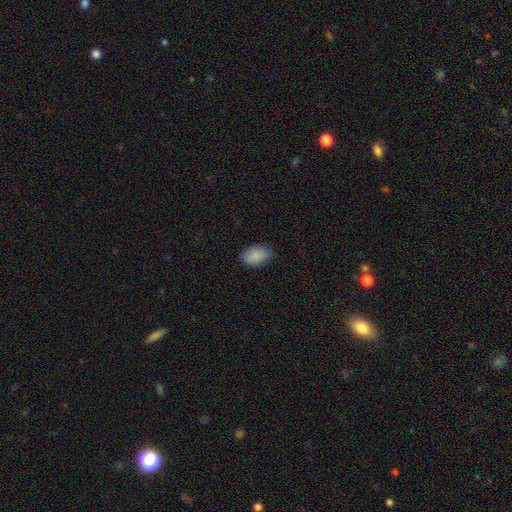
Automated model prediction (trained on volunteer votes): The model was most divided on "merging": none: 79%, minor disturbance: 17%, major disturbance: 3%, merger: 1%. More confident: how rounded — in between (90%); smooth or featured — smooth (88%).